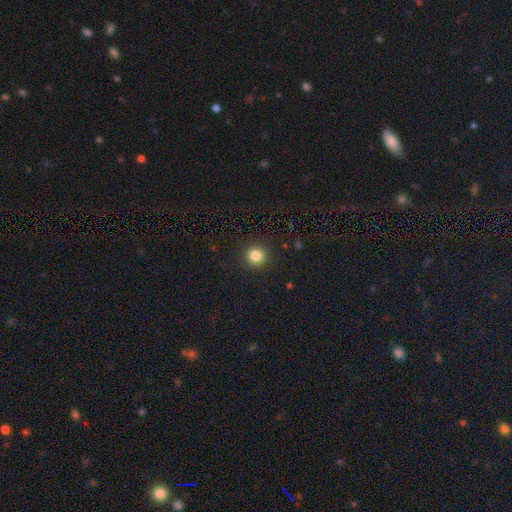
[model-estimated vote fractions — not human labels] A smooth galaxy with no disk features (84%) that is round (95%).

Vote fractions:
- Smooth or featured? smooth: 84% / star or artifact: 12% / featured or disk: 4%
- How rounded? round: 95% / in between: 5% / cigar-shaped: 1%
- Merging? none: 92% / minor disturbance: 5% / major disturbance: 2% / merger: 1%